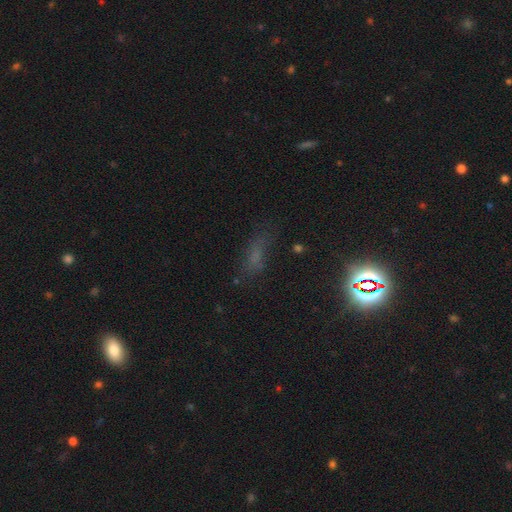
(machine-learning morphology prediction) smooth_or_featured: smooth (p=0.42) [alt: star or artifact p=0.40]
merging: none (p=0.59) [alt: minor disturbance p=0.22]